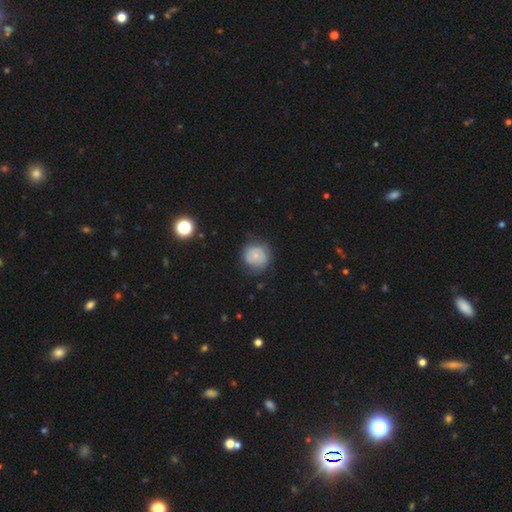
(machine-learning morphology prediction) Smooth or featured? smooth (57%)
How rounded? round (88%)
Merging? none (69%)